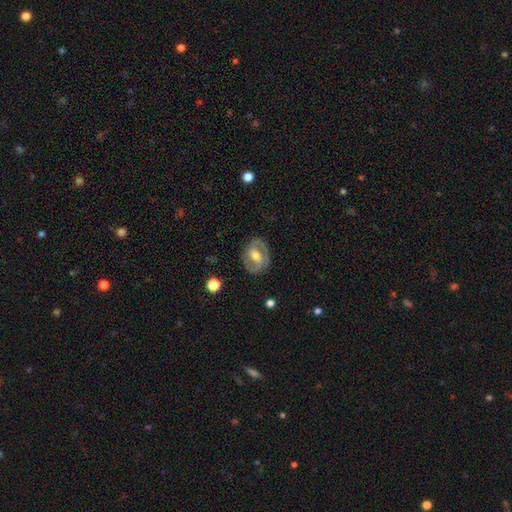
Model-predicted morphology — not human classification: Smooth or featured? Predicted: featured or disk (p=0.67). Edge-on disk? Predicted: no (p=0.95). Bar? Predicted: weak (p=0.43). Spiral arms? Predicted: yes (p=0.70). Bulge size? Predicted: moderate (p=0.64). Merging? Predicted: none (p=0.79).